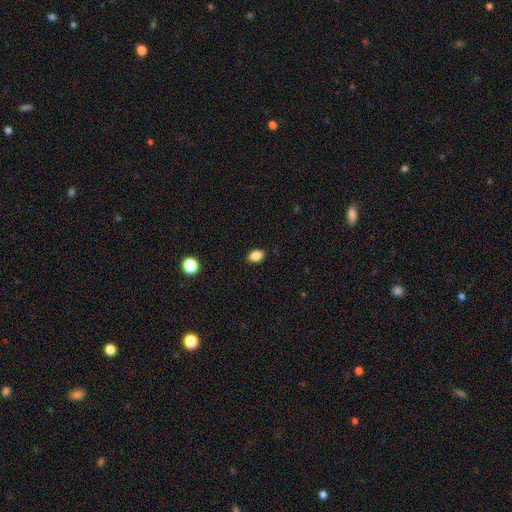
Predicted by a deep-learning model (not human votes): Smooth or featured: smooth — 86% (star or artifact — 10%)
How rounded: in between — 81% (round — 17%)
Merging: none — 88% (minor disturbance — 9%)